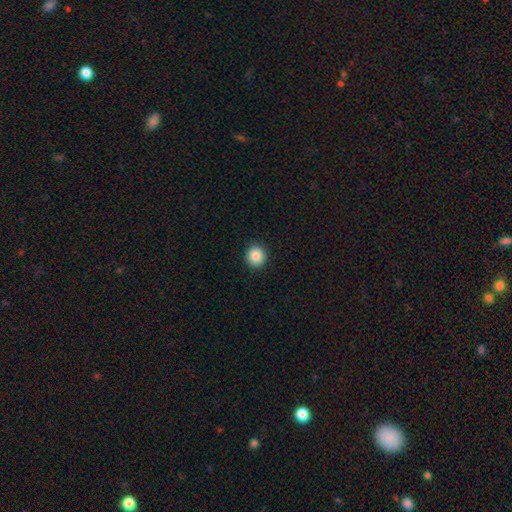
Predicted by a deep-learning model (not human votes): smooth_or_featured: smooth (p=0.87) [alt: star or artifact p=0.09]
how_rounded: round (p=0.87) [alt: in between p=0.12]
merging: none (p=0.92) [alt: minor disturbance p=0.05]